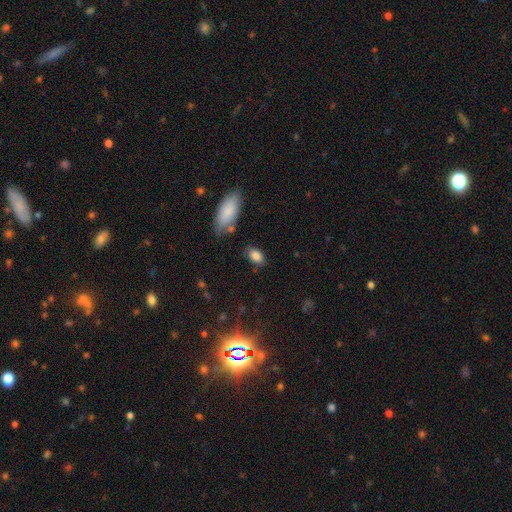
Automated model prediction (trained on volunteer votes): This is clearly a smooth galaxy (86%). How rounded: clearly in between (90%). Merging: likely none (76%).